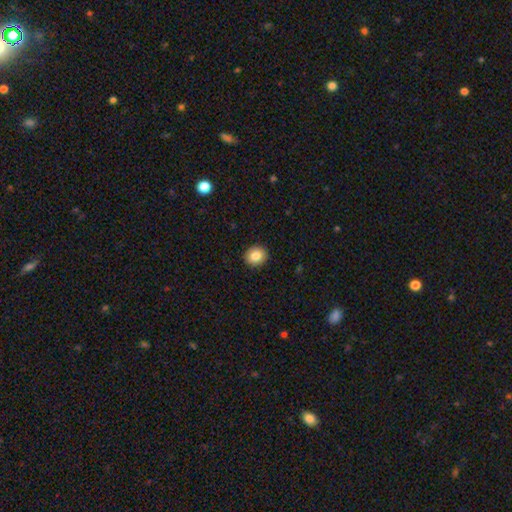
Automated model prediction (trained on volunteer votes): The model was most divided on "how rounded": round: 76%, in between: 23%, cigar-shaped: 1%. More confident: merging — none (92%); smooth or featured — smooth (84%).